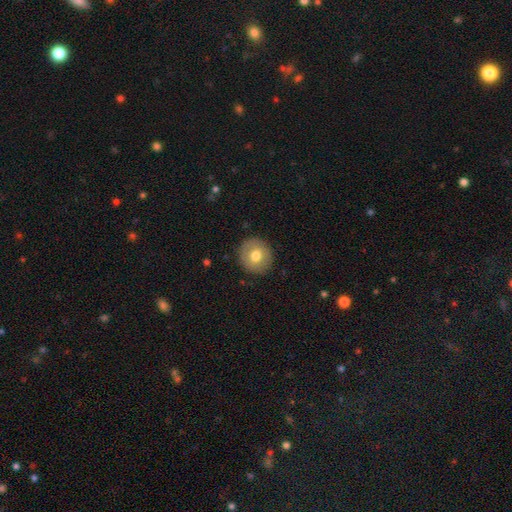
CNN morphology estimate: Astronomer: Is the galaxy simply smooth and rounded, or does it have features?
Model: smooth — 72%.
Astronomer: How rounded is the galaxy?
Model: round — 89%.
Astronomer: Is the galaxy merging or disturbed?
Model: none — 89%.